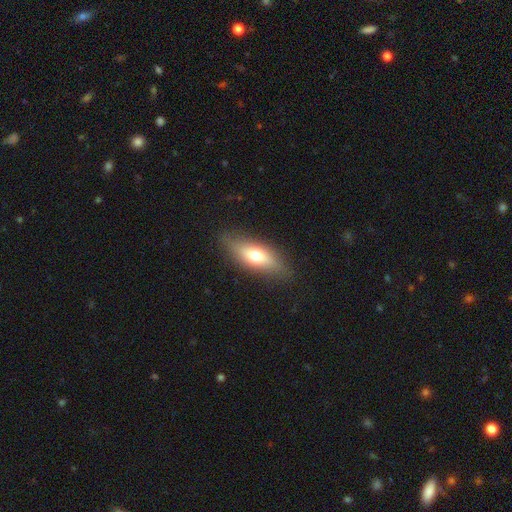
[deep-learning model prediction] Smooth or featured: smooth — 64% (featured or disk — 29%)
How rounded: in between — 64% (cigar-shaped — 32%)
Merging: none — 83% (minor disturbance — 13%)